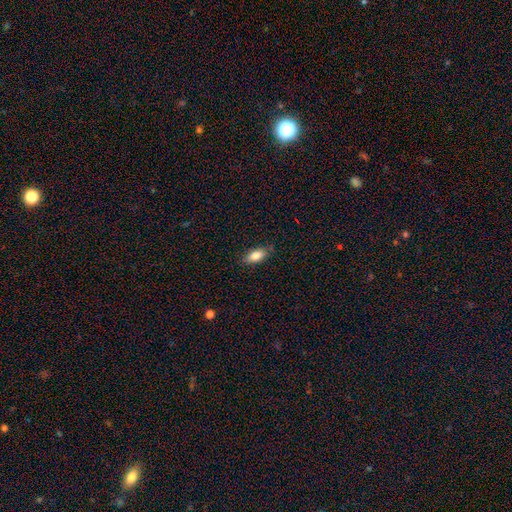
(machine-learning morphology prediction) smooth 81%, featured or disk 11%, star or artifact 7%. Down the decision tree: how rounded — in between (85%); merging — none (84%).